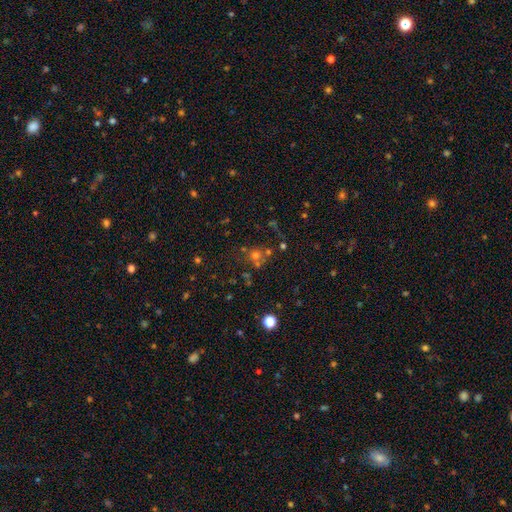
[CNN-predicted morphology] Smooth or featured? smooth (53%)
How rounded? round (85%)
Merging? none (57%)